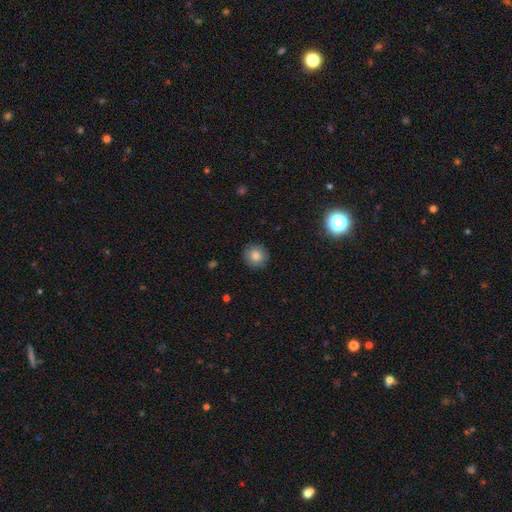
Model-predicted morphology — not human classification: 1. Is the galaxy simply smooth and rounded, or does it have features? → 82% smooth, 10% star or artifact, 8% featured or disk.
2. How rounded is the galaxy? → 94% round, 5% in between, 1% cigar-shaped.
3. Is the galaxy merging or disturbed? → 91% none, 7% minor disturbance, 2% major disturbance, 1% merger.